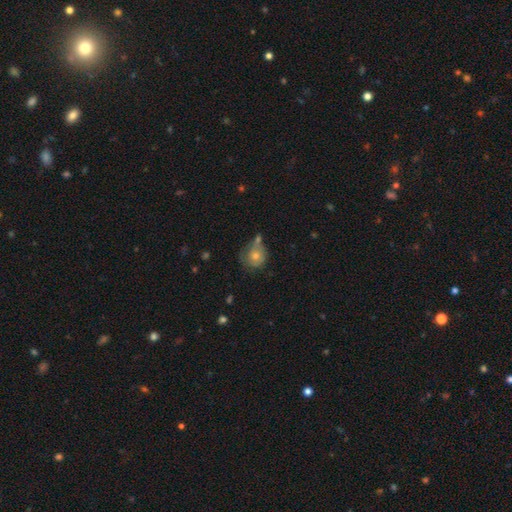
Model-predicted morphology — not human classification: Overall: smooth (67%). How rounded: round (77%). Merging: none (42%; minor disturbance 25%).